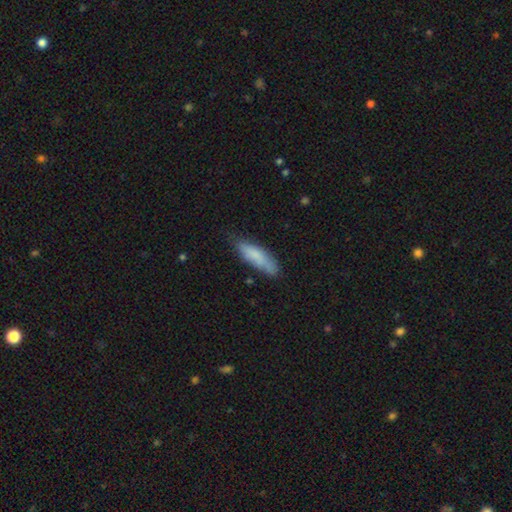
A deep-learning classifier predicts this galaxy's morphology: type=smooth (81%); roundness=cigar-shaped (63%); merging=none (67%).